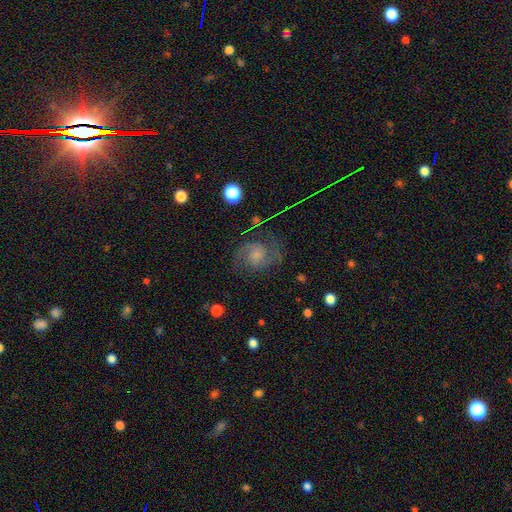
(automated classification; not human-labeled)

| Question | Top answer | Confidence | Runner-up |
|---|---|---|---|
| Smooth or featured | featured or disk | 74% | smooth (15%) |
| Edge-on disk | no | 98% | yes (2%) |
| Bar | no | 67% | weak (29%) |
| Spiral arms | yes | 94% | no (6%) |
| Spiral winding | medium | 54% | tight (26%) |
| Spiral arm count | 2 | 87% | can't tell (6%) |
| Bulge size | small | 38% | moderate (31%) |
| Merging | none | 73% | minor disturbance (15%) |